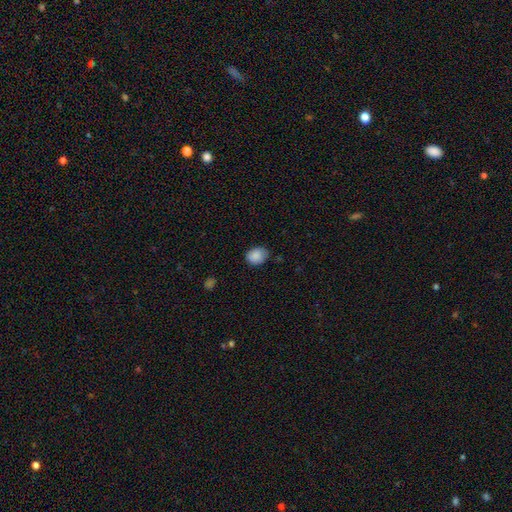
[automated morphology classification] Smooth or featured? smooth (88%)
How rounded? in between (55%)
Merging? none (75%)